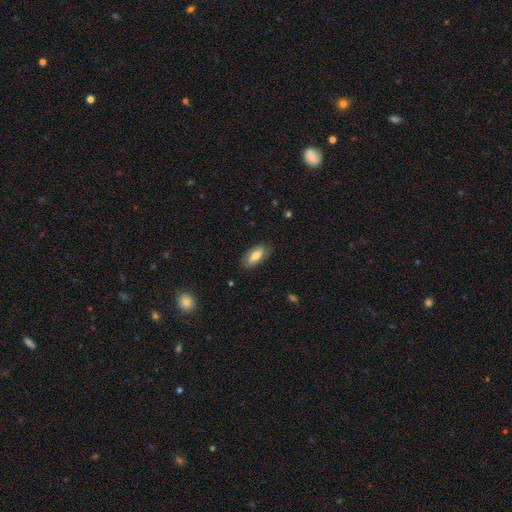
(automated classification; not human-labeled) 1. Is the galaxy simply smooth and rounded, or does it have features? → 62% smooth, 31% featured or disk, 7% star or artifact.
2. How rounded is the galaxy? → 82% in between, 15% cigar-shaped, 3% round.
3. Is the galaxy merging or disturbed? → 82% none, 14% minor disturbance, 3% major disturbance, 1% merger.